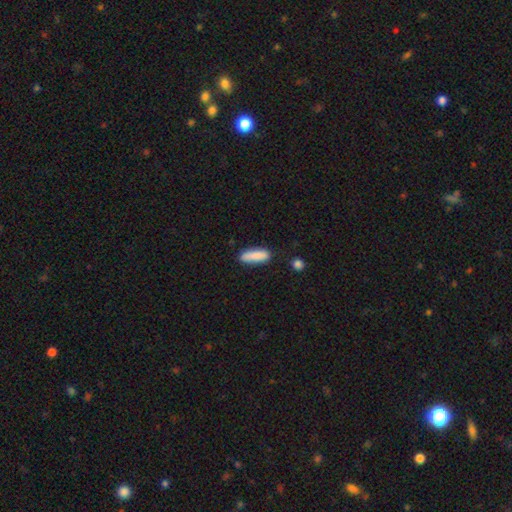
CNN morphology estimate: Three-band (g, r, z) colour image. It shows a smooth galaxy with no disk features (86%) that is cigar-shaped (57%). Merging: none (79%).